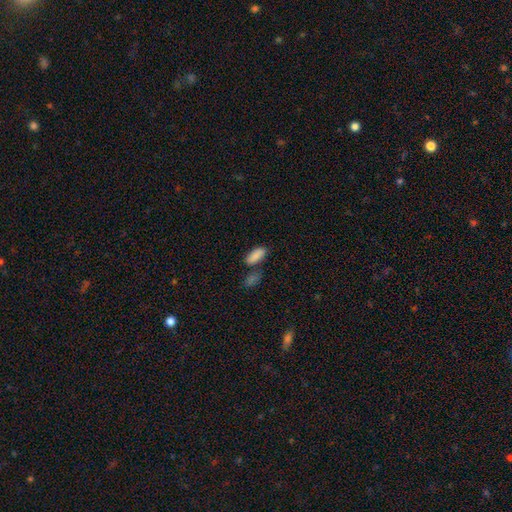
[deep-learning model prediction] smooth-or-featured: smooth: 87% | star or artifact: 8% | featured or disk: 5%
  how-rounded: in between: 81% | cigar-shaped: 17% | round: 3%
  merging: none: 60% | merger: 21% | minor disturbance: 14% | major disturbance: 5%